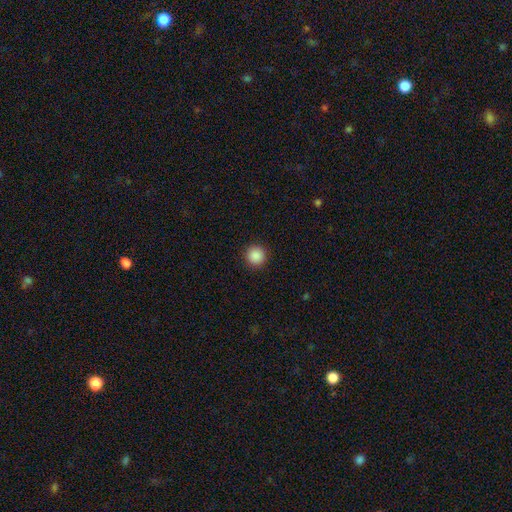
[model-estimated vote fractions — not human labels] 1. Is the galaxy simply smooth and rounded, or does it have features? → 89% smooth, 9% star or artifact, 2% featured or disk.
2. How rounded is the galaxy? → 95% round, 4% in between, 1% cigar-shaped.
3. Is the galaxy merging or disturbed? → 93% none, 5% minor disturbance, 2% major disturbance, 1% merger.